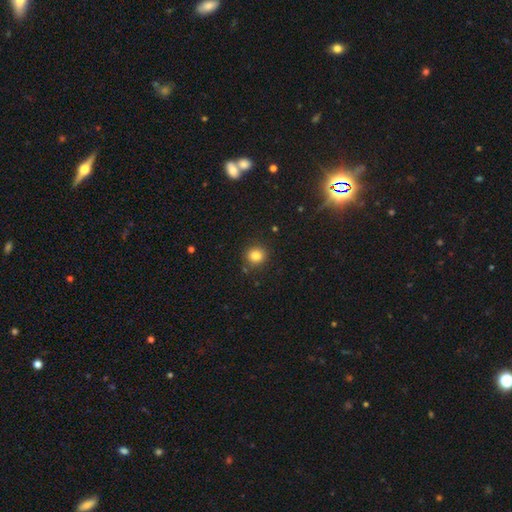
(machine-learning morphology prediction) type=smooth (82%); roundness=round (88%); merging=none (85%).